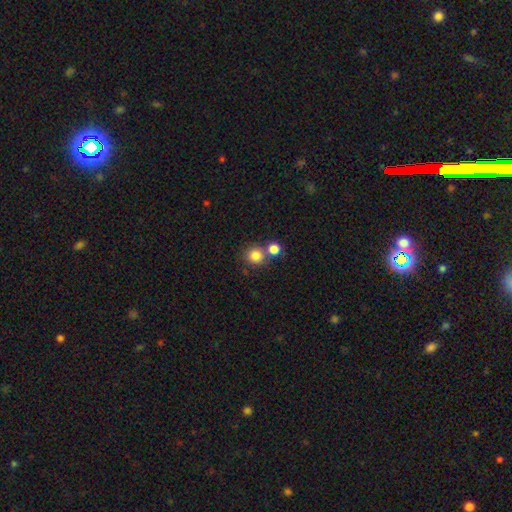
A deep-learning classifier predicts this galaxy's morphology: Smooth or featured? Predicted: smooth (p=0.82). How rounded? Predicted: round (p=0.89). Merging? Predicted: none (p=0.59).